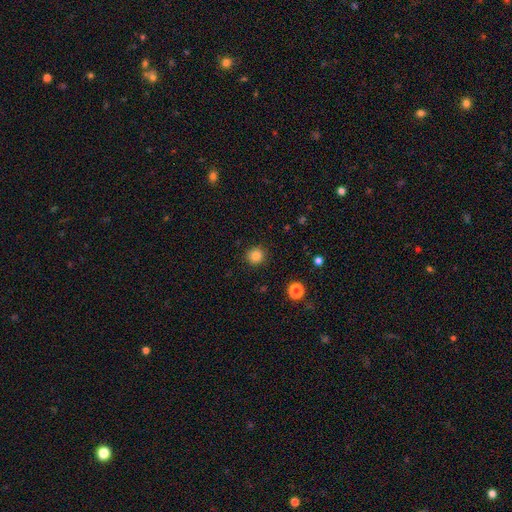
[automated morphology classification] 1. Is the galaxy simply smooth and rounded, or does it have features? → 84% smooth, 12% star or artifact, 5% featured or disk.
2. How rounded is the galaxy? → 92% round, 7% in between, 1% cigar-shaped.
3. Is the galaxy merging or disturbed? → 91% none, 6% minor disturbance, 2% major disturbance, 1% merger.